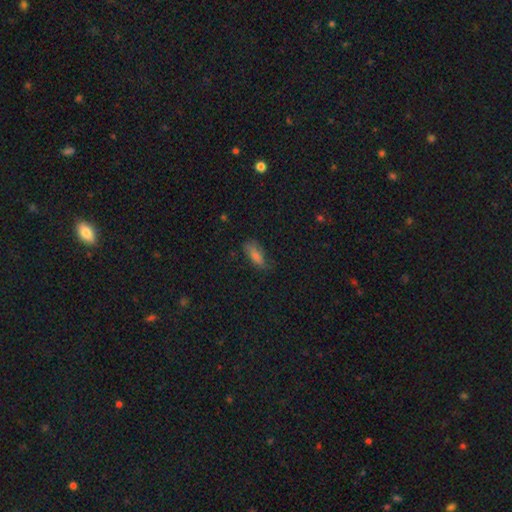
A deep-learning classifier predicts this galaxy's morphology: Overall: smooth (70%). How rounded: in between (68%; cigar-shaped 28%). Merging: none (72%).